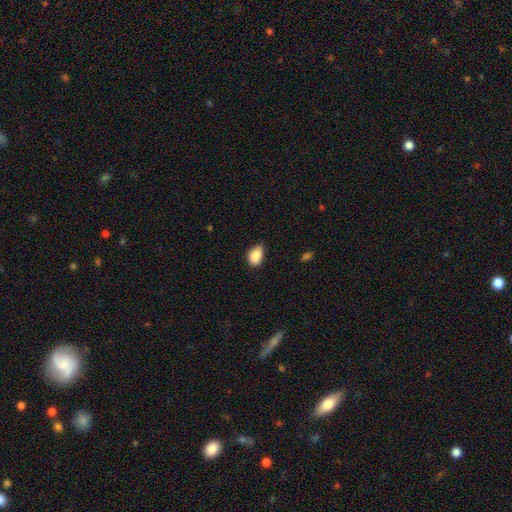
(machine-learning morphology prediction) Overall: smooth (88%). How rounded: in between (84%). Merging: none (62%; minor disturbance 32%).